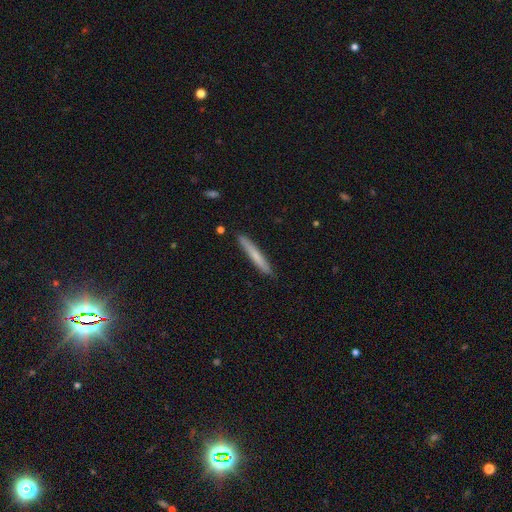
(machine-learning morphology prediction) Smooth or featured? Predicted: smooth (p=0.65). How rounded? Predicted: cigar-shaped (p=0.96). Merging? Predicted: none (p=0.89).